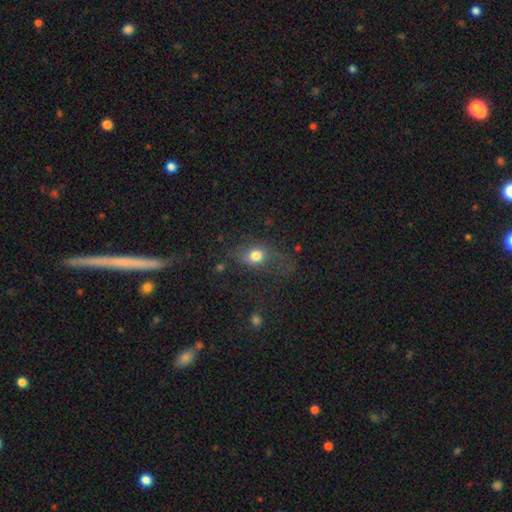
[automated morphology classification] Smooth or featured?
  - smooth: 70% *
  - featured or disk: 16%
  - star or artifact: 14%
How rounded?
  - in between: 51% *
  - round: 44%
  - cigar-shaped: 4%
Merging?
  - none: 50% *
  - major disturbance: 25%
  - minor disturbance: 22%
  - merger: 3%